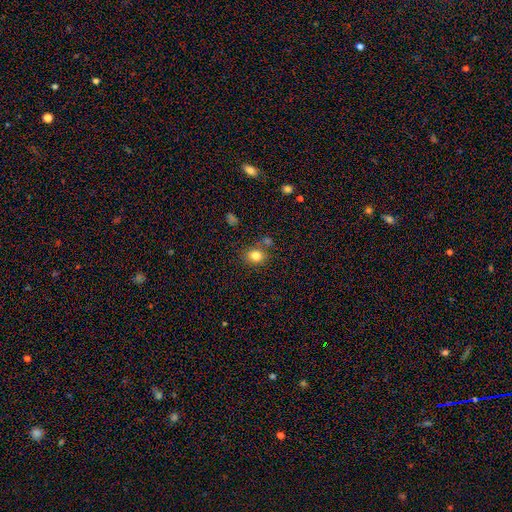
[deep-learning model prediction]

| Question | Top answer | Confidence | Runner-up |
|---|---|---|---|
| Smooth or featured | smooth | 82% | star or artifact (11%) |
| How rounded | round | 57% | in between (42%) |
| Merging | none | 73% | minor disturbance (13%) |